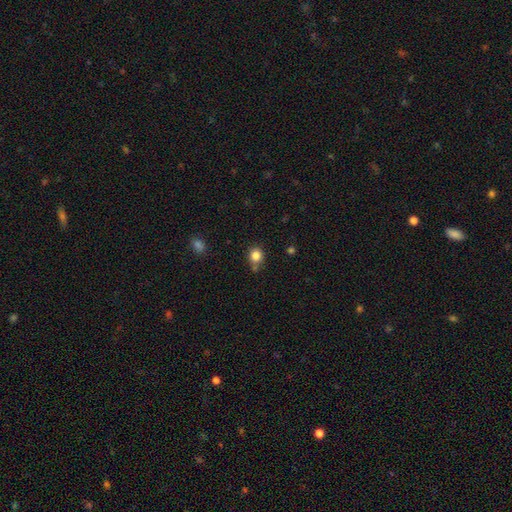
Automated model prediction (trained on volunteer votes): smooth 83%, star or artifact 11%, featured or disk 5%. Down the decision tree: how rounded — round (80%); merging — none (69%).